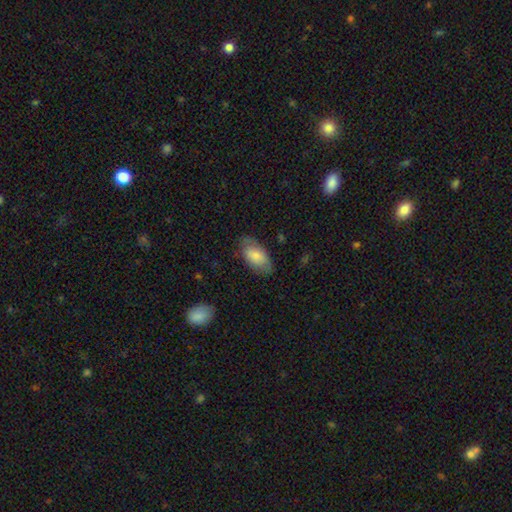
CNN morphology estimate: Smooth or featured?
  - smooth: 76% *
  - featured or disk: 18%
  - star or artifact: 6%
How rounded?
  - in between: 94% *
  - round: 3%
  - cigar-shaped: 3%
Merging?
  - none: 74% *
  - minor disturbance: 20%
  - major disturbance: 5%
  - merger: 1%